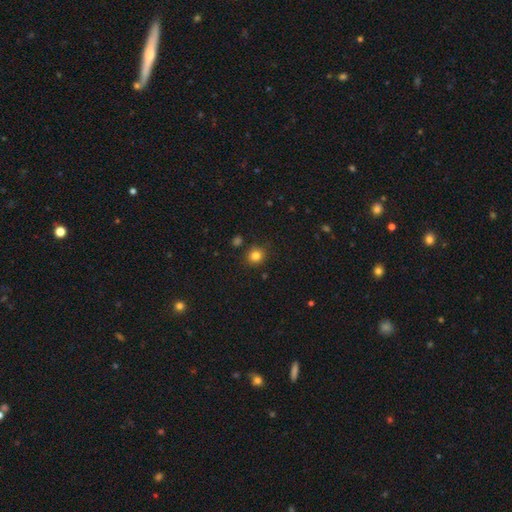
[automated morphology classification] Smooth or featured? Predicted: smooth (p=0.82). How rounded? Predicted: round (p=0.84). Merging? Predicted: none (p=0.86).